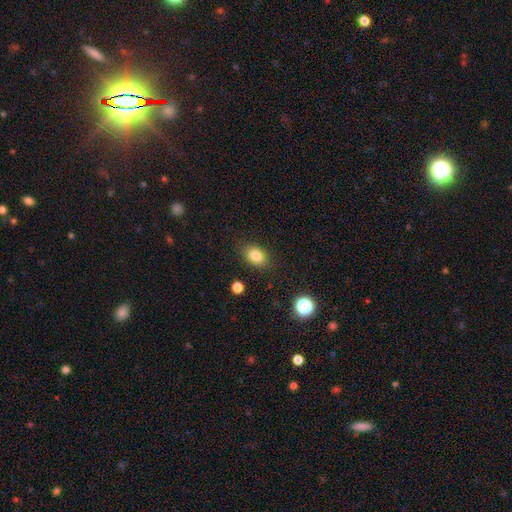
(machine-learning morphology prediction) smooth 83%, star or artifact 10%, featured or disk 7%. Down the decision tree: how rounded — in between (74%); merging — none (84%).